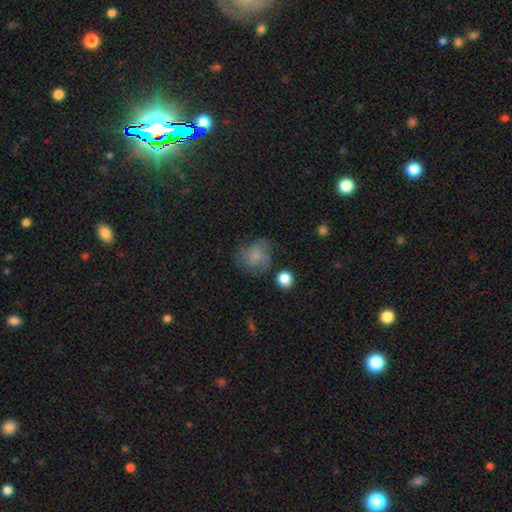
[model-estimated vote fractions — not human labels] Smooth or featured? smooth (64%)
How rounded? round (72%)
Merging? none (52%)